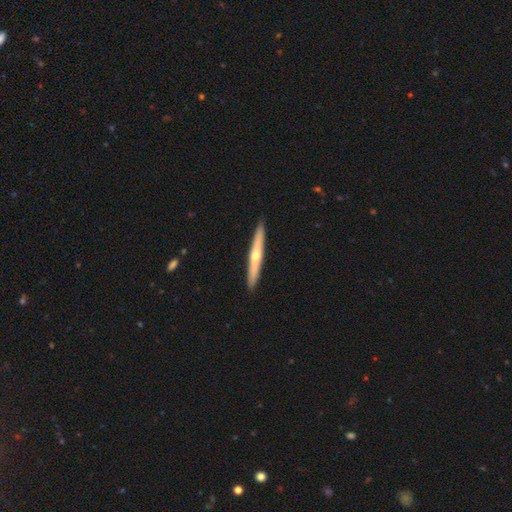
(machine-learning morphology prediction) The model was most divided on "smooth or featured": featured or disk: 60%, smooth: 34%, star or artifact: 5%. More confident: edge-on disk — yes (95%); merging — none (92%); edge-on bulge — rounded (83%).